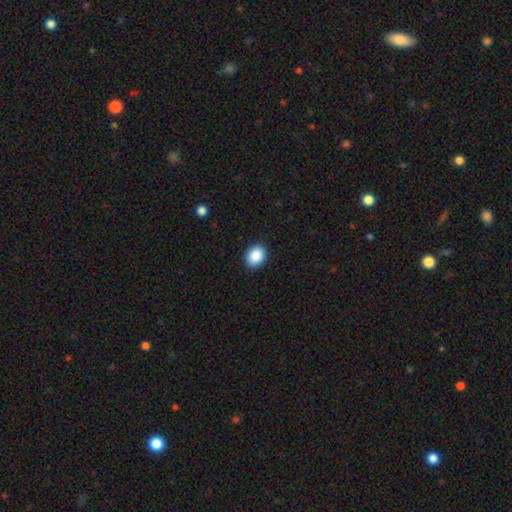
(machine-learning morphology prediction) Q: Smooth or featured?
A: smooth (88%); runner-up: star or artifact (8%)
Q: How rounded?
A: in between (57%); runner-up: round (42%)
Q: Merging?
A: none (91%); runner-up: minor disturbance (6%)